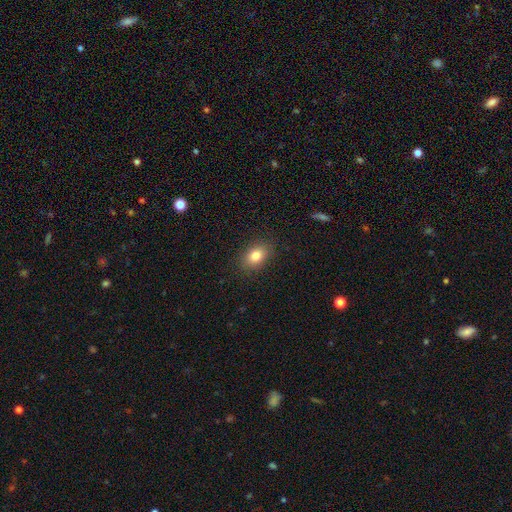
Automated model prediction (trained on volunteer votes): Smooth or featured: smooth — 82% (star or artifact — 9%)
How rounded: in between — 78% (round — 20%)
Merging: none — 87% (minor disturbance — 9%)